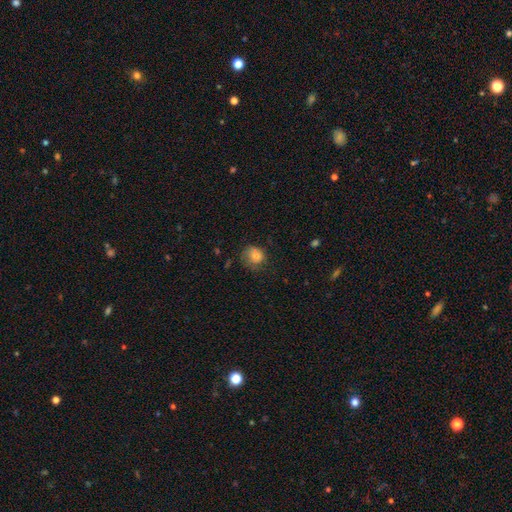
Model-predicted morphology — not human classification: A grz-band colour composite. It shows a smooth galaxy with no disk features (77%) that is round (67%). Merging: none (58%).